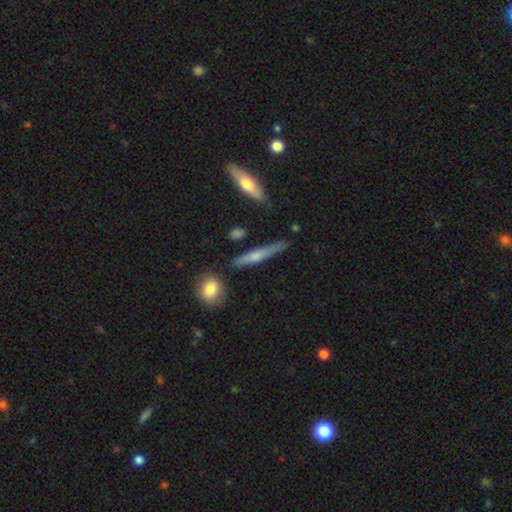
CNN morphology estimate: This appears to be a featured or disk galaxy (56%) viewed edge-on (91%) with a rounded central bulge (85%). Merging: none (81%).